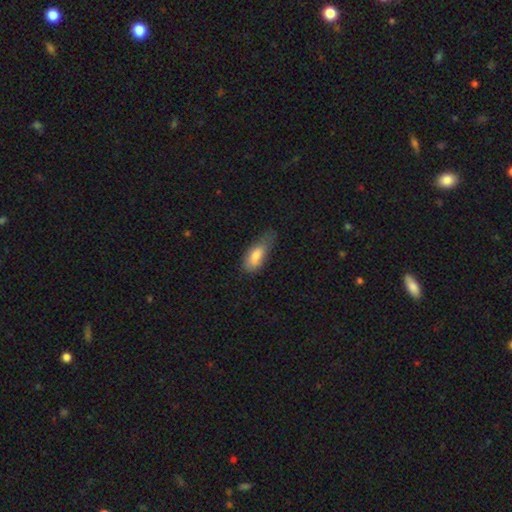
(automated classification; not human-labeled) smooth 78%, featured or disk 14%, star or artifact 7%. Down the decision tree: how rounded — in between (80%); merging — minor disturbance (43%).